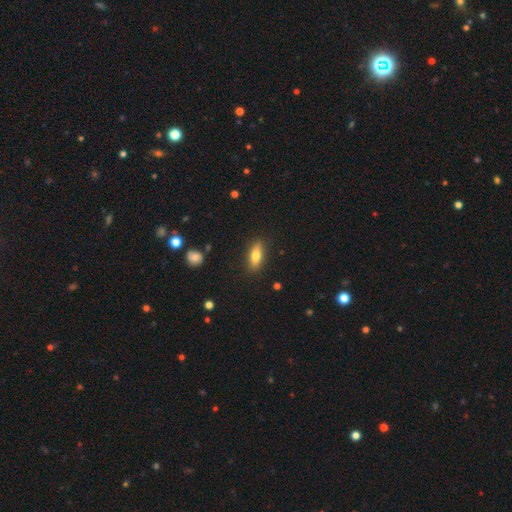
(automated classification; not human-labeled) Smooth or featured: smooth — 72% (featured or disk — 20%)
How rounded: in between — 69% (cigar-shaped — 27%)
Merging: none — 87% (minor disturbance — 10%)